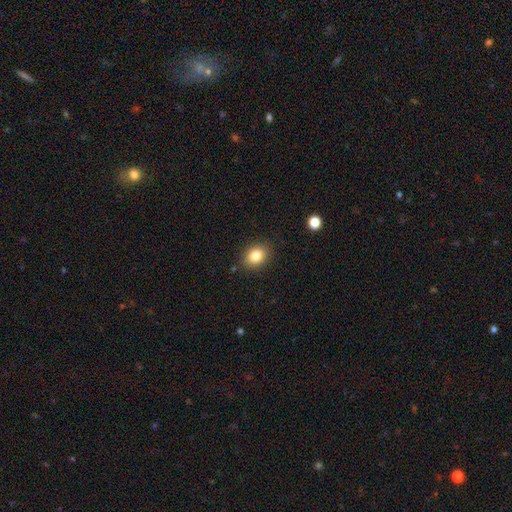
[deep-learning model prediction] A smooth galaxy with no disk features (84%) that is in between round and cigar-shaped (64%). Merging: none (86%).